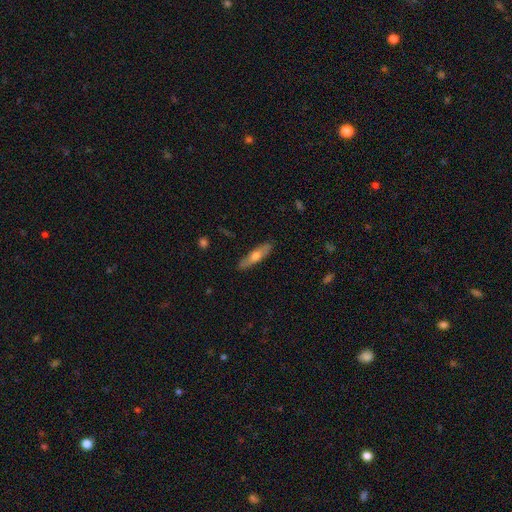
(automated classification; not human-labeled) Smooth or featured?
  - smooth: 53% *
  - featured or disk: 41%
  - star or artifact: 6%
How rounded?
  - cigar-shaped: 71% *
  - in between: 27%
  - round: 2%
Merging?
  - none: 86% *
  - minor disturbance: 10%
  - major disturbance: 2%
  - merger: 1%